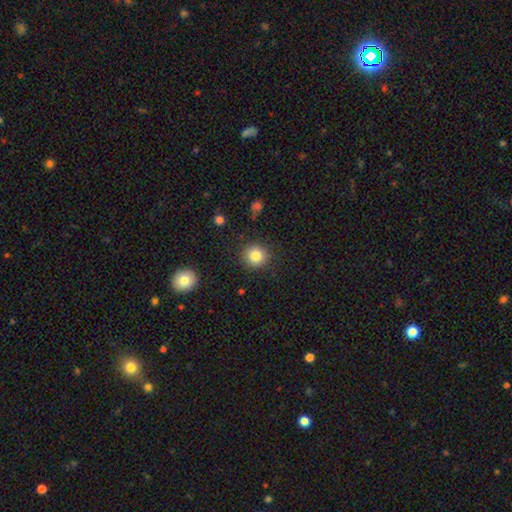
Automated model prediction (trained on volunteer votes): This appears to be a smooth galaxy with no disk features (84%) that is round (92%). Merging: none (89%).